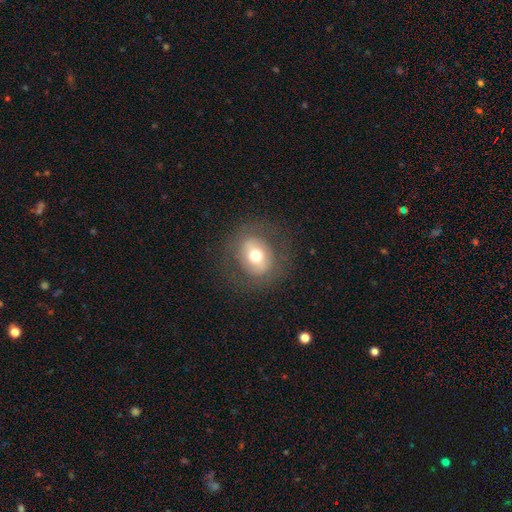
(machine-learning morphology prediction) Smooth or featured?
  - smooth: 57% *
  - featured or disk: 33%
  - star or artifact: 10%
How rounded?
  - round: 70% *
  - in between: 29%
  - cigar-shaped: 1%
Merging?
  - none: 79% *
  - minor disturbance: 11%
  - major disturbance: 8%
  - merger: 1%